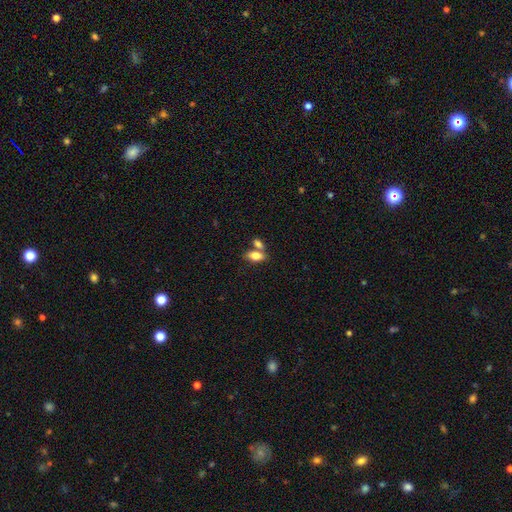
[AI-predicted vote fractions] smooth 79%, featured or disk 13%, star or artifact 8%. Down the decision tree: how rounded — in between (86%); merging — none (49%).